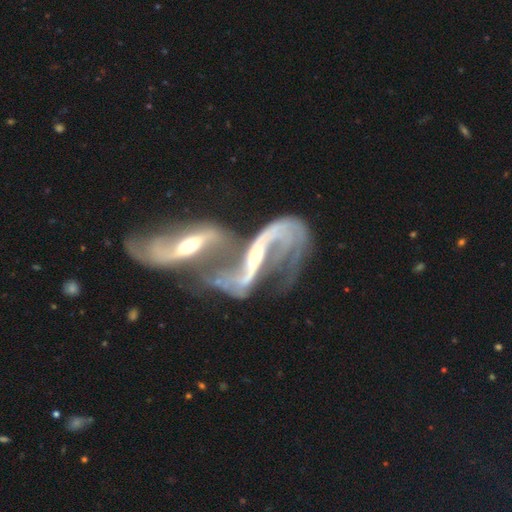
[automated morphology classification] featured or disk 87%, smooth 7%, star or artifact 6%. Down the decision tree: edge-on disk — no (90%); bar — strong (37%); spiral arms — yes (86%); spiral arm count — 2 (80%); spiral winding — loose (80%); bulge size — small (50%); merging — merger (70%).